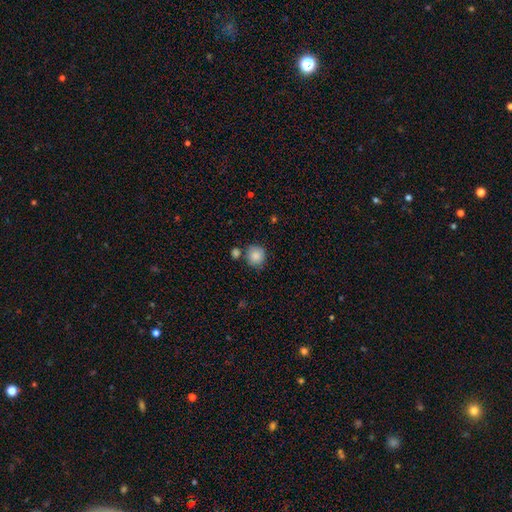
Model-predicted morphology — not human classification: This is clearly a smooth galaxy (86%). How rounded: clearly round (88%). Merging: likely none (70%).